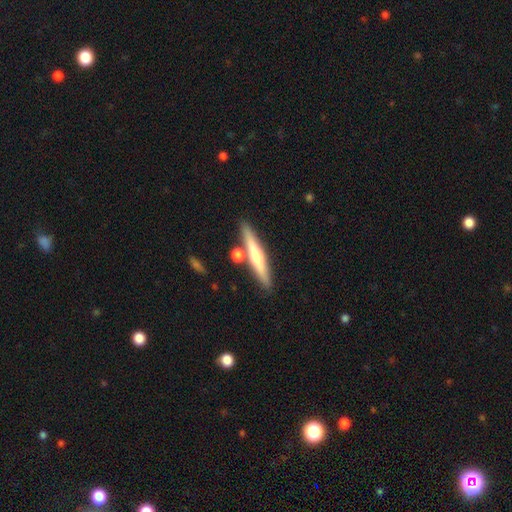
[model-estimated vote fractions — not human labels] A smooth galaxy with no disk features (49%).

Vote fractions:
- Smooth or featured? smooth: 49% / featured or disk: 45% / star or artifact: 6%
- Merging? none: 77% / merger: 12% / minor disturbance: 9% / major disturbance: 2%